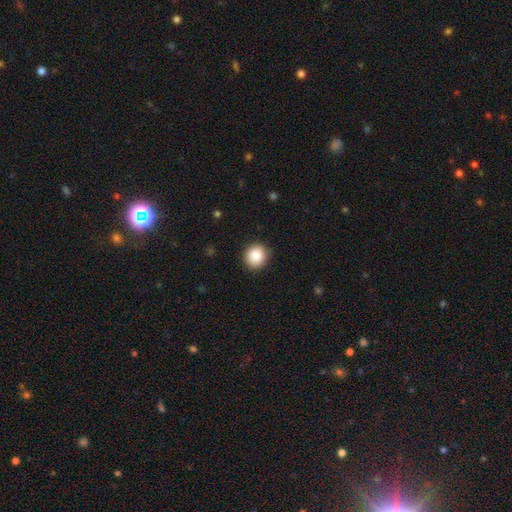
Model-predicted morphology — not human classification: A smooth galaxy with no disk features (88%) that is round (89%).

Vote fractions:
- Smooth or featured? smooth: 88% / star or artifact: 8% / featured or disk: 4%
- How rounded? round: 89% / in between: 10% / cigar-shaped: 1%
- Merging? none: 90% / minor disturbance: 7% / major disturbance: 2% / merger: 1%